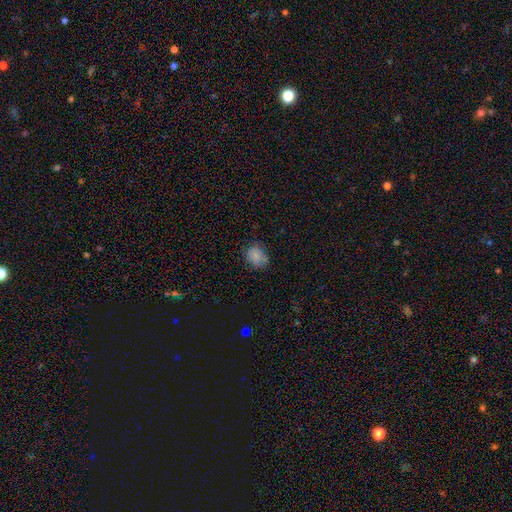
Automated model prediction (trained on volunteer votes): Smooth or featured: smooth — 84% (star or artifact — 10%)
How rounded: round — 57% (in between — 42%)
Merging: none — 70% (minor disturbance — 23%)